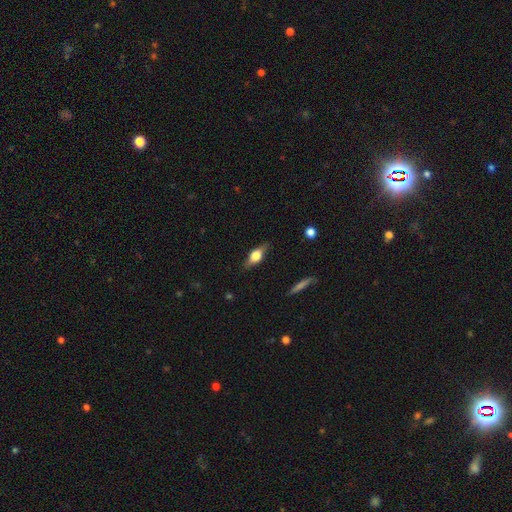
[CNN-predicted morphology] A featured or disk galaxy (47%). Merging: none (82%).